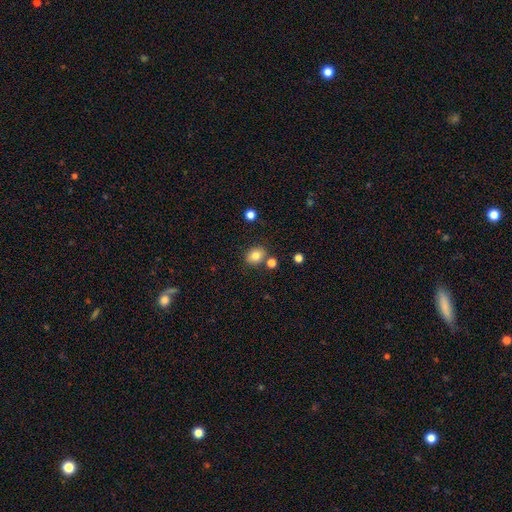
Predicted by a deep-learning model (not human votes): A smooth galaxy with no disk features (81%) that is in between round and cigar-shaped (52%). Merging: none (78%).